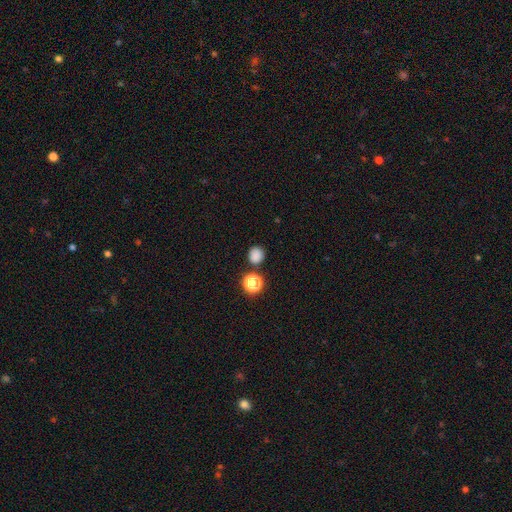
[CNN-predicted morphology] type=smooth (81%); roundness=round (85%); merging=none (81%).